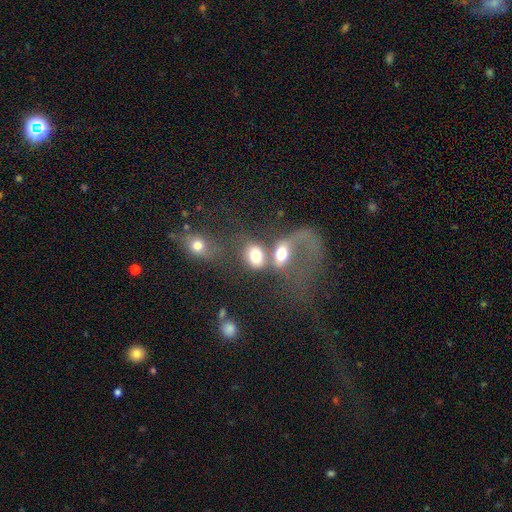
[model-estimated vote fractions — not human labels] This appears to be a smooth galaxy with no disk features (67%) that is in between round and cigar-shaped (64%). Merging: merger (59%).